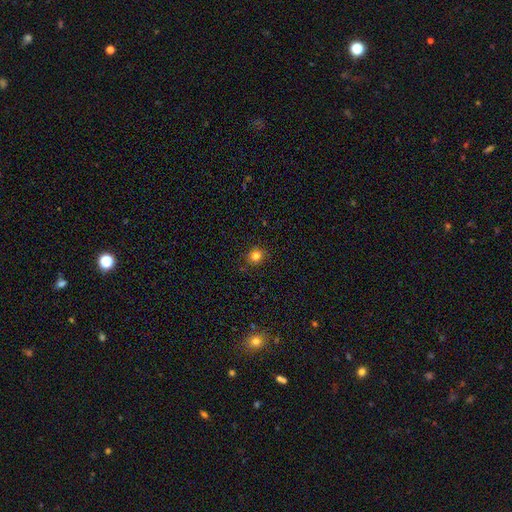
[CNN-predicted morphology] Q: Smooth or featured?
A: smooth (81%); runner-up: star or artifact (13%)
Q: How rounded?
A: round (85%); runner-up: in between (14%)
Q: Merging?
A: none (88%); runner-up: minor disturbance (8%)